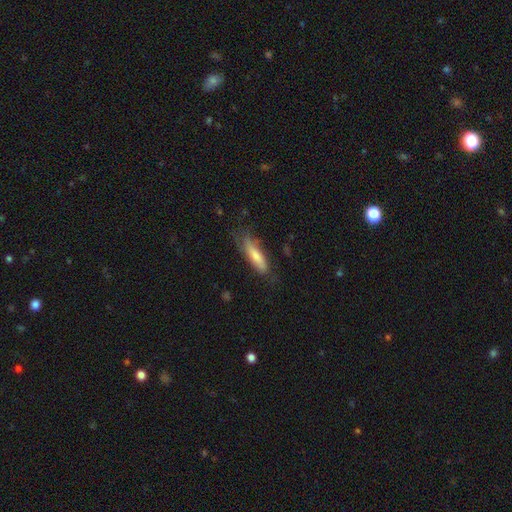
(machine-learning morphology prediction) Smooth or featured: smooth — 63% (featured or disk — 30%)
How rounded: cigar-shaped — 65% (in between — 33%)
Merging: none — 67% (minor disturbance — 24%)